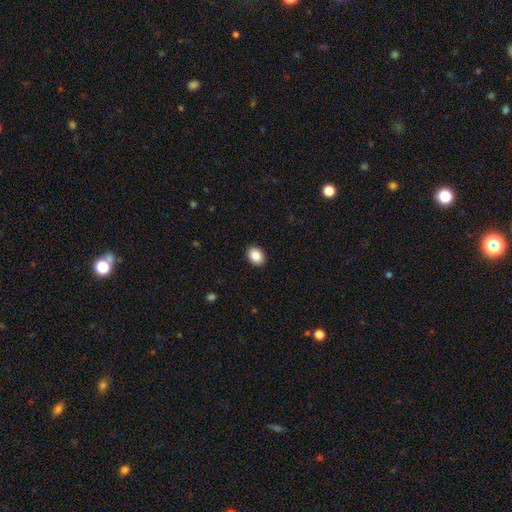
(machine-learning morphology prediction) This is clearly a smooth galaxy (87%). How rounded: likely in between (60%). Merging: clearly none (91%).